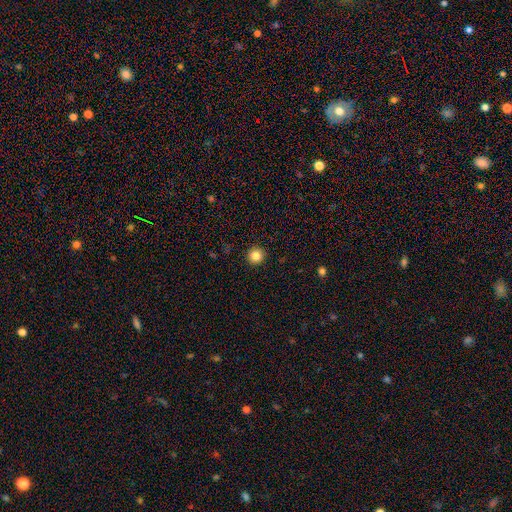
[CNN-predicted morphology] Smooth or featured: smooth — 84% (star or artifact — 11%)
How rounded: round — 95% (in between — 4%)
Merging: none — 93% (minor disturbance — 4%)